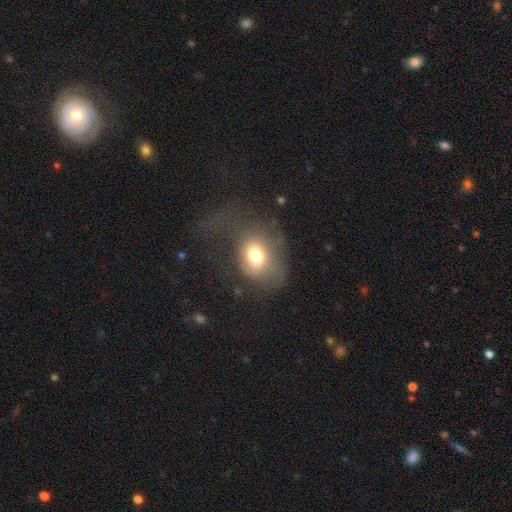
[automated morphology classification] smooth_or_featured: smooth (p=0.69) [alt: featured or disk p=0.20]
how_rounded: in between (p=0.62) [alt: round p=0.37]
merging: major disturbance (p=0.44) [alt: none p=0.31]